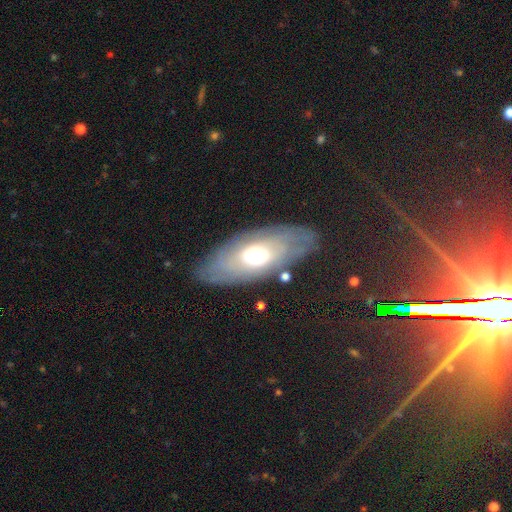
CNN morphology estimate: A featured or disk galaxy (53%). Merging: none (78%).